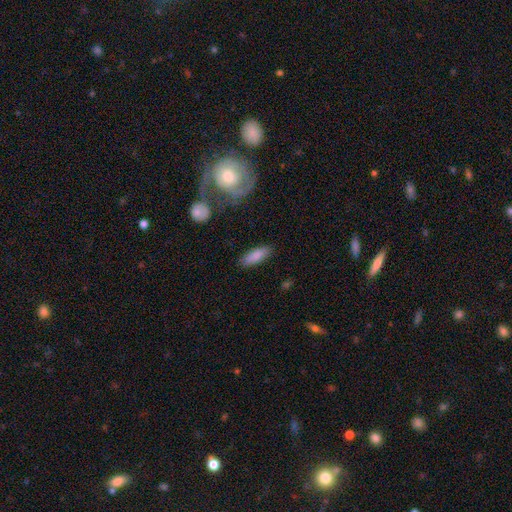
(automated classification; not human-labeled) The model was most divided on "how rounded": in between: 64%, cigar-shaped: 34%, round: 2%. More confident: merging — none (84%); smooth or featured — smooth (84%).